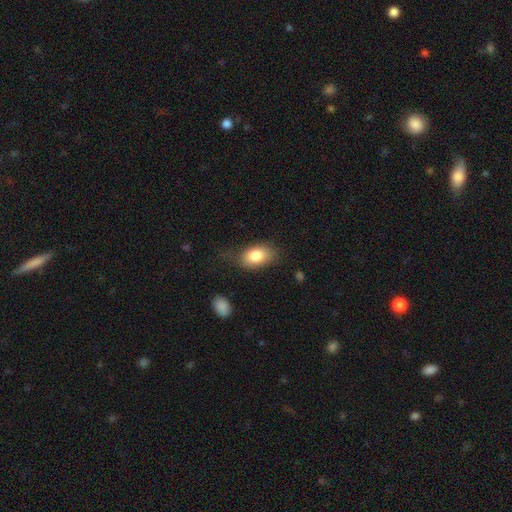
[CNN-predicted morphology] This is clearly a smooth galaxy (83%). How rounded: clearly in between (88%). Merging: likely none (69%).